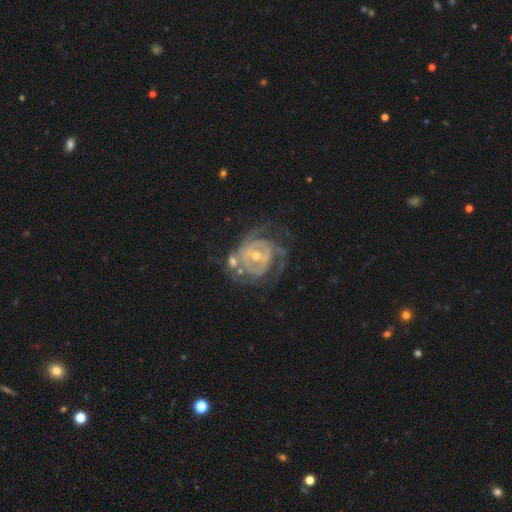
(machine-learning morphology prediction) type=featured or disk (88%); edge-on=no (97%); bar=weak (43%); spiral arms=yes (94%); winding=tight (64%); arm count=2 (30%); bulge=small (56%); merging=none (51%).